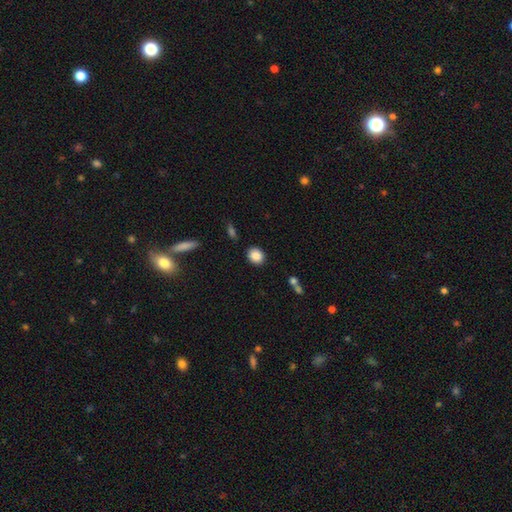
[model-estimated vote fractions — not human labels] Smooth or featured: smooth — 87% (star or artifact — 8%)
How rounded: round — 60% (in between — 39%)
Merging: none — 87% (minor disturbance — 8%)